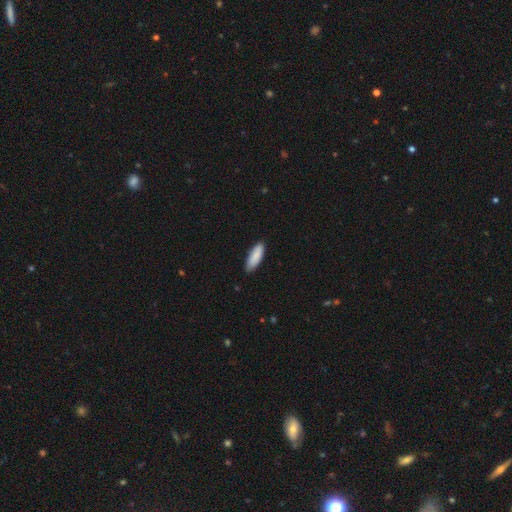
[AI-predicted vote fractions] This appears to be a smooth galaxy with no disk features (87%) that is in between round and cigar-shaped (62%). Merging: none (84%).